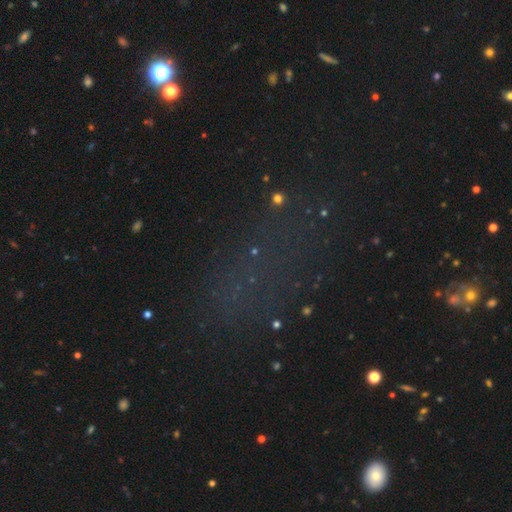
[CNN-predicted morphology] Q: Smooth or featured?
A: star or artifact (58%); runner-up: smooth (26%)